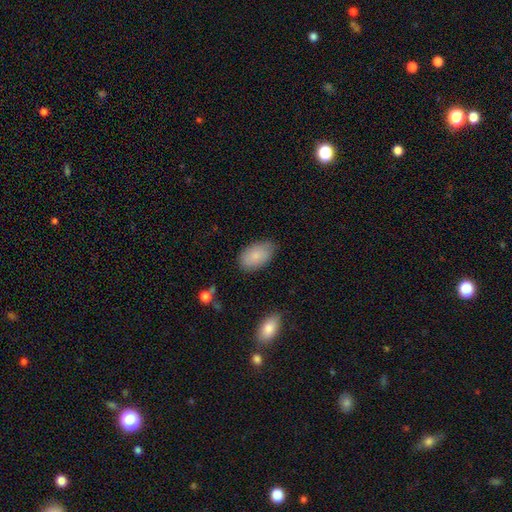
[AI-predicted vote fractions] Q: Smooth or featured?
A: smooth (83%); runner-up: featured or disk (10%)
Q: How rounded?
A: in between (93%); runner-up: round (5%)
Q: Merging?
A: none (75%); runner-up: minor disturbance (20%)